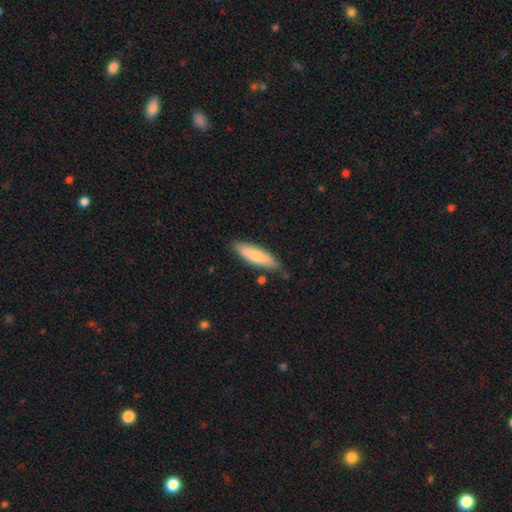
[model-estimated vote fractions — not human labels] smooth_or_featured: smooth (p=0.73) [alt: featured or disk p=0.21]
how_rounded: cigar-shaped (p=0.60) [alt: in between p=0.39]
merging: none (p=0.79) [alt: minor disturbance p=0.16]